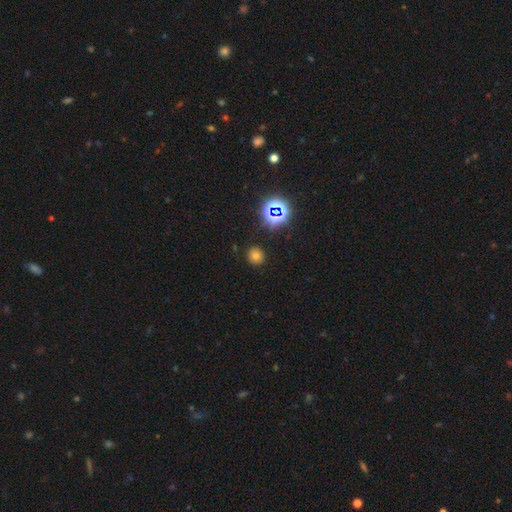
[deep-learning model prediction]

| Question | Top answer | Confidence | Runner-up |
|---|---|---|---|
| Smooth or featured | smooth | 67% | star or artifact (24%) |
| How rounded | round | 86% | in between (13%) |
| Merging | none | 87% | minor disturbance (8%) |